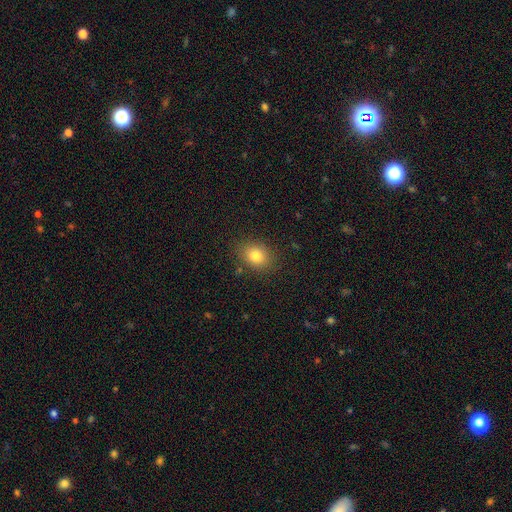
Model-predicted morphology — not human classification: smooth-or-featured: smooth: 81% | star or artifact: 11% | featured or disk: 8%
  how-rounded: in between: 58% | round: 41% | cigar-shaped: 1%
  merging: none: 86% | minor disturbance: 10% | major disturbance: 3% | merger: 1%